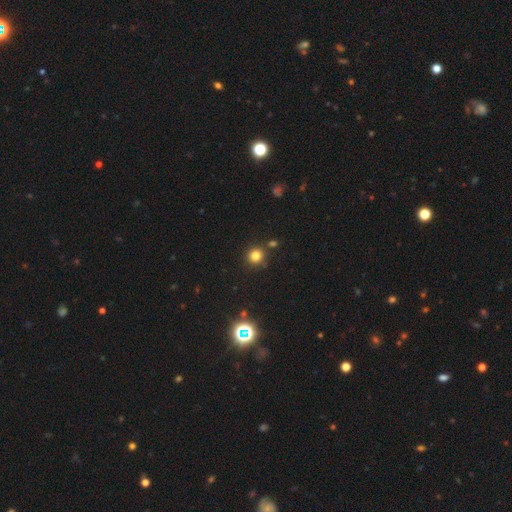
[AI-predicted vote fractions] The model was most divided on "smooth or featured": smooth: 79%, star or artifact: 16%, featured or disk: 5%. More confident: how rounded — round (92%); merging — none (83%).